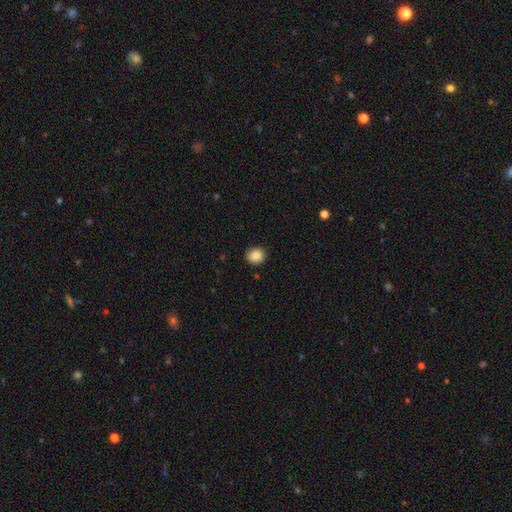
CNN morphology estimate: smooth 88%, star or artifact 9%, featured or disk 3%. Down the decision tree: how rounded — round (81%); merging — none (88%).